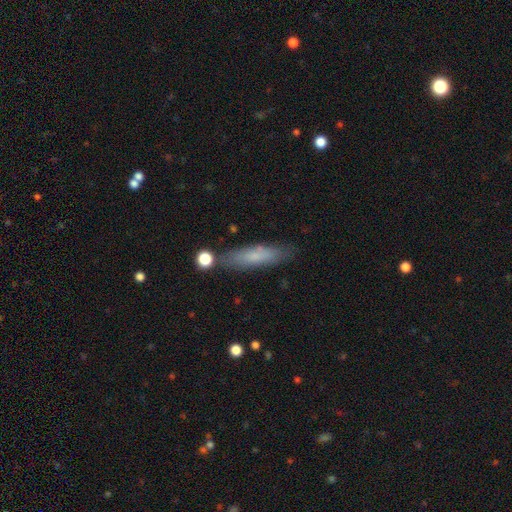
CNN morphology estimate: This is likely a smooth galaxy (71%). How rounded: likely cigar-shaped (73%). Merging: likely none (79%).